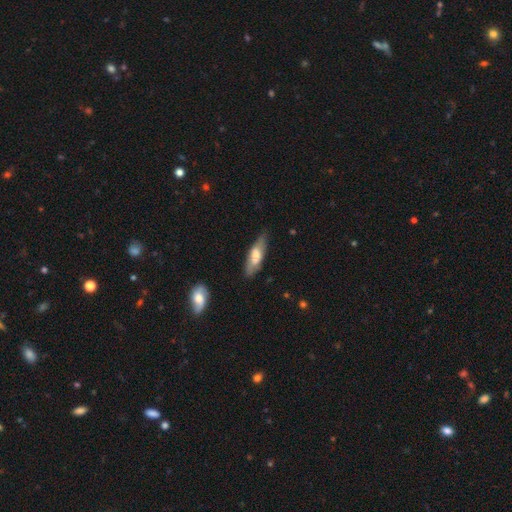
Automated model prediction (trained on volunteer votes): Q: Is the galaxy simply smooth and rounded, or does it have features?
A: smooth — 60%.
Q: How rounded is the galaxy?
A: in between — 53%.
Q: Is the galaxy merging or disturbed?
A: none — 69%.